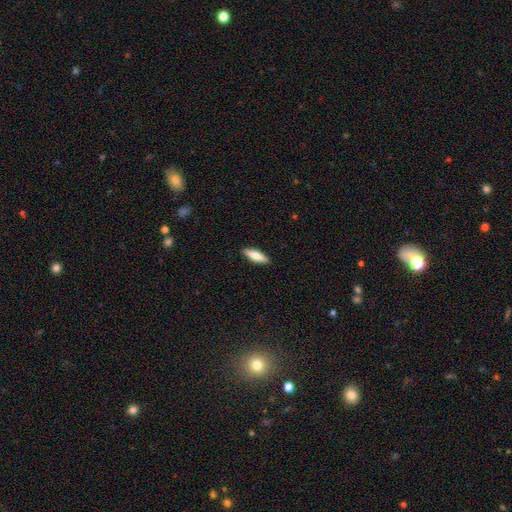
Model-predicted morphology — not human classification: A smooth galaxy with no disk features (74%) that is cigar-shaped (53%).

Vote fractions:
- Smooth or featured? smooth: 74% / featured or disk: 20% / star or artifact: 6%
- How rounded? cigar-shaped: 53% / in between: 45% / round: 2%
- Merging? none: 90% / minor disturbance: 7% / major disturbance: 2% / merger: 1%